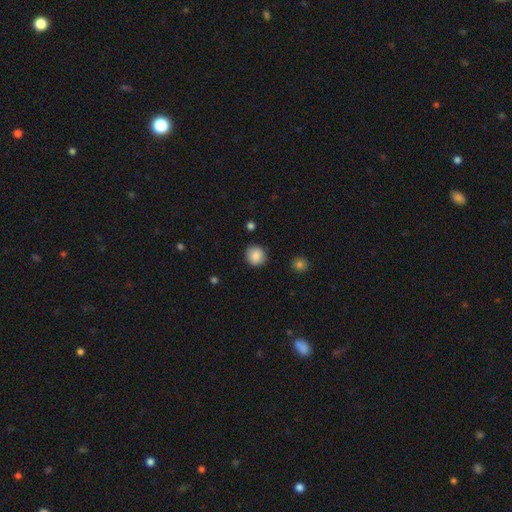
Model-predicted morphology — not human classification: type=smooth (86%); roundness=round (88%); merging=none (88%).